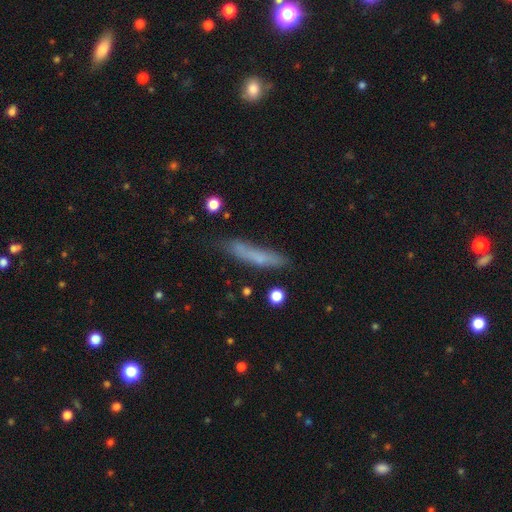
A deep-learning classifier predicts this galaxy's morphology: Smooth or featured?
  - smooth: 62% *
  - featured or disk: 27%
  - star or artifact: 11%
How rounded?
  - cigar-shaped: 85% *
  - in between: 13%
  - round: 2%
Merging?
  - none: 58% *
  - minor disturbance: 27%
  - major disturbance: 10%
  - merger: 5%